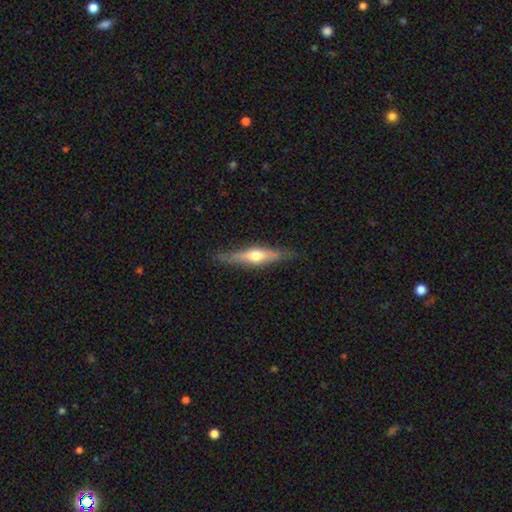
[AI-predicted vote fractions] Overall: featured or disk (57%; smooth 37%). Edge-on disk: yes (91%). Edge-on bulge: rounded (89%). Merging: none (79%).